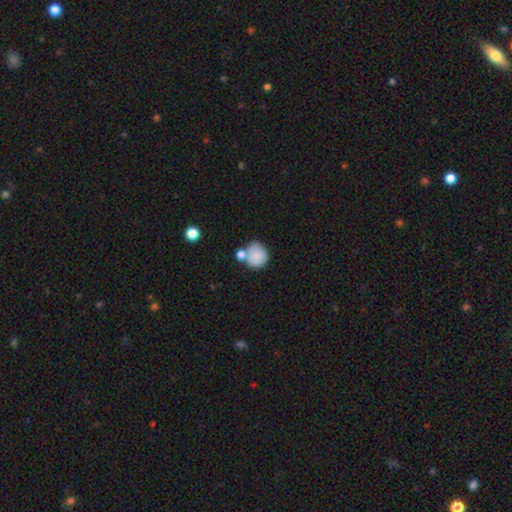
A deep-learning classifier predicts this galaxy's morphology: smooth-or-featured: smooth: 82% | featured or disk: 10% | star or artifact: 8%
  how-rounded: round: 86% | in between: 13% | cigar-shaped: 1%
  merging: none: 52% | merger: 29% | minor disturbance: 14% | major disturbance: 5%